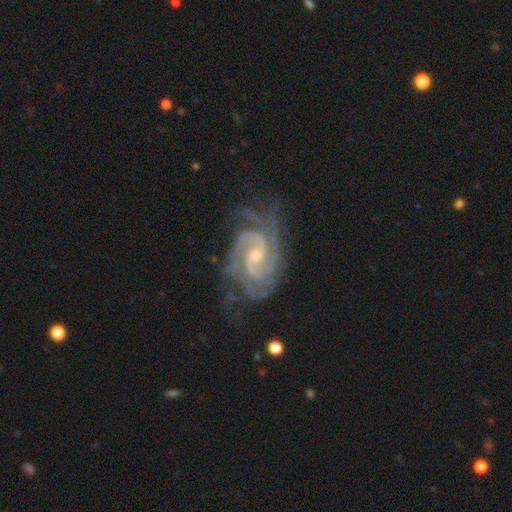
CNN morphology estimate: smooth-or-featured: featured or disk: 92% | star or artifact: 5% | smooth: 3%
  disk-edge-on: no: 98% | yes: 2%
    bar: no: 48% | weak: 42% | strong: 11%
    has-spiral-arms: yes: 98% | no: 2%
      spiral-winding: tight: 54% | medium: 40% | loose: 7%
      spiral-arm-count: 2: 57% | 3: 16% | can't tell: 11% | 4: 7% | more than 4: 5% | 1: 5%
    bulge-size: small: 62% | moderate: 34% | none: 2% | large: 1% | dominant: 1%
  merging: none: 64% | minor disturbance: 22% | major disturbance: 12% | merger: 2%